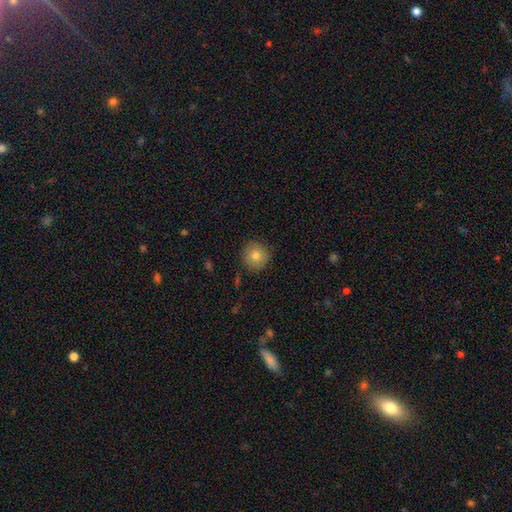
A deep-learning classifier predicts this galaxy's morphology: A smooth galaxy with no disk features (80%) that is round (93%). Merging: none (88%).